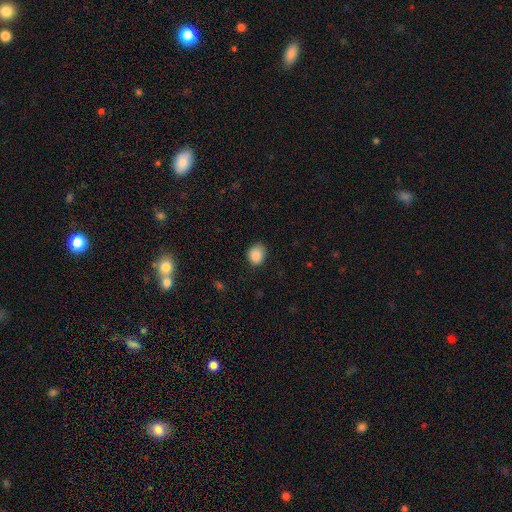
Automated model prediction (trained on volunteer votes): Overall: smooth (85%). How rounded: round (61%; in between 39%). Merging: none (79%).